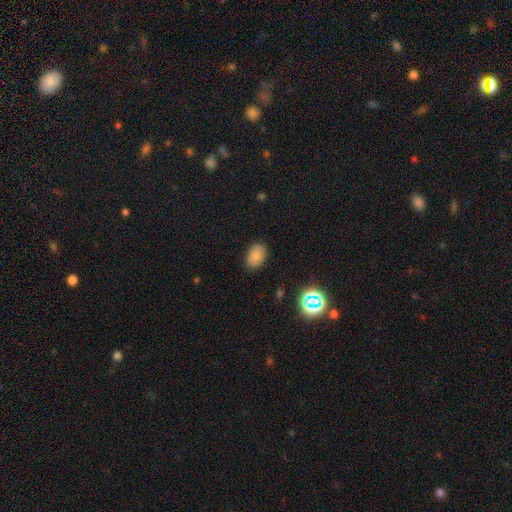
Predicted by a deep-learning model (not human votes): This appears to be a smooth galaxy with no disk features (81%) that is in between round and cigar-shaped (83%). Merging: none (85%).